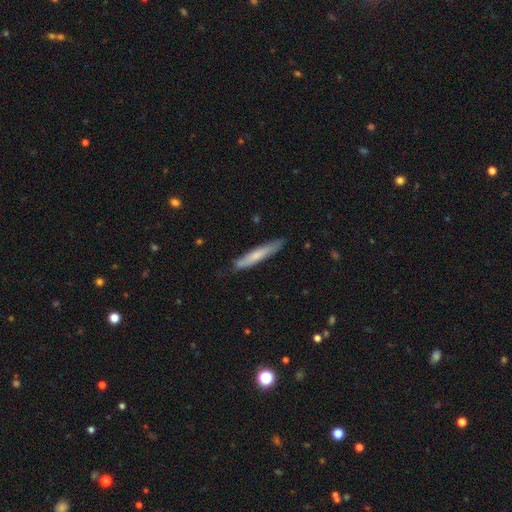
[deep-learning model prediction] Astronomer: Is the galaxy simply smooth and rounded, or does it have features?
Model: smooth — 64%.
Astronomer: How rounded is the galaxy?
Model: cigar-shaped — 93%.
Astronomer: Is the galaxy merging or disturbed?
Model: none — 79%.